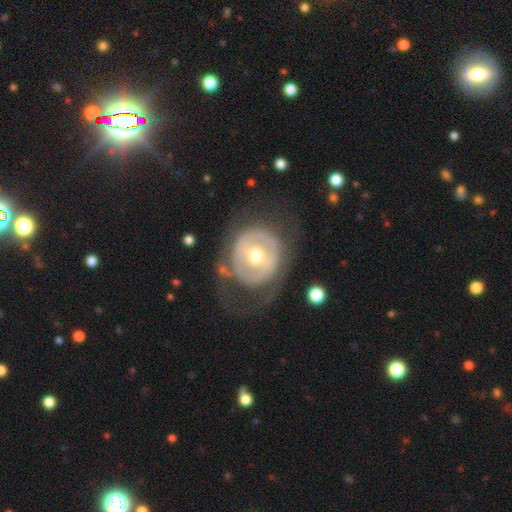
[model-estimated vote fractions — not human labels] Smooth or featured?
  - featured or disk: 68% *
  - smooth: 27%
  - star or artifact: 5%
Edge-on disk?
  - no: 96% *
  - yes: 4%
Bar?
  - no: 47% *
  - weak: 33%
  - strong: 20%
Spiral arms?
  - no: 67% *
  - yes: 33%
Bulge size?
  - moderate: 69% *
  - small: 22%
  - large: 6%
  - none: 1%
  - dominant: 1%
Merging?
  - none: 56% *
  - major disturbance: 21%
  - minor disturbance: 19%
  - merger: 3%